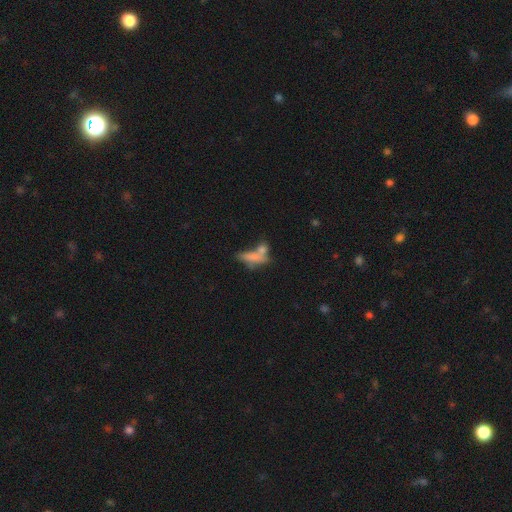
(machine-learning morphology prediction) Smooth or featured? Predicted: smooth (p=0.66). How rounded? Predicted: in between (p=0.53). Merging? Predicted: merger (p=0.45).